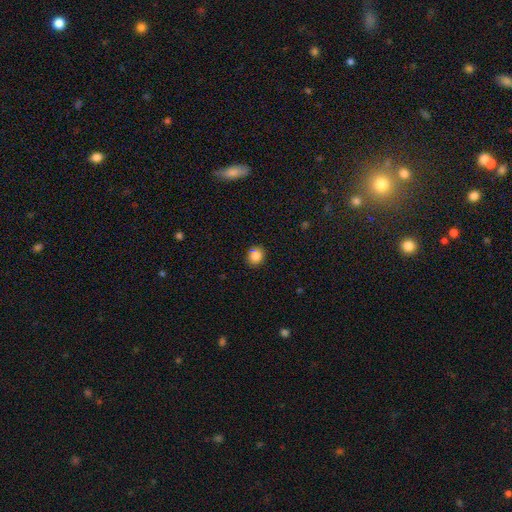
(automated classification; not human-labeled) A smooth galaxy with no disk features (82%) that is round (77%). Merging: none (79%).